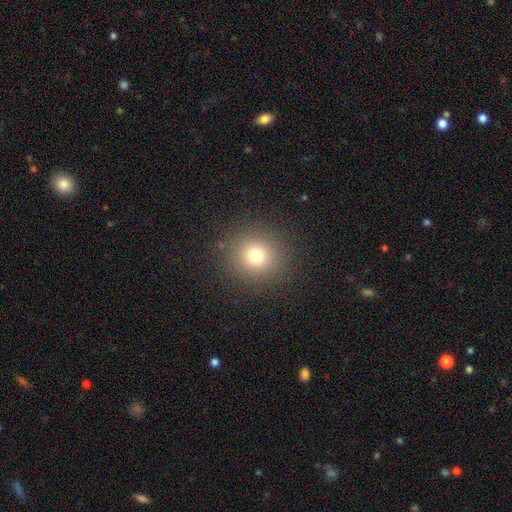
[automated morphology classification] This appears to be a smooth galaxy with no disk features (75%) that is round (92%). Merging: none (89%).